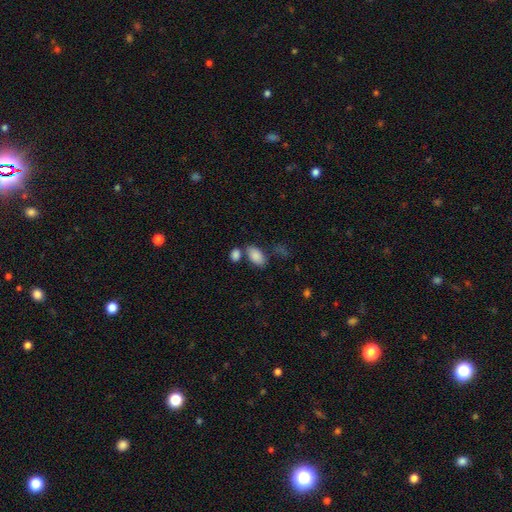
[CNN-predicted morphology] A smooth galaxy with no disk features (86%) that is in between round and cigar-shaped (93%).

Vote fractions:
- Smooth or featured? smooth: 86% / star or artifact: 7% / featured or disk: 6%
- How rounded? in between: 93% / round: 4% / cigar-shaped: 2%
- Merging? none: 58% / merger: 24% / minor disturbance: 14% / major disturbance: 5%